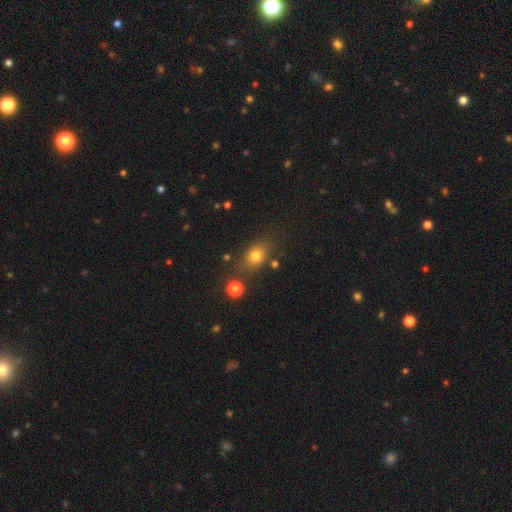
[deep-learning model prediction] Morphology: type=smooth (76%); roundness=in between (58%); merging=none (71%).